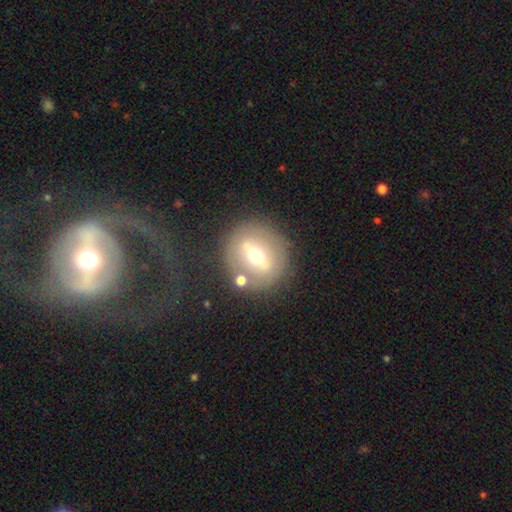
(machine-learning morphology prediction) Overall: featured or disk (62%; smooth 30%). Edge-on disk: no (67%; yes 33%). Merging: none (77%).